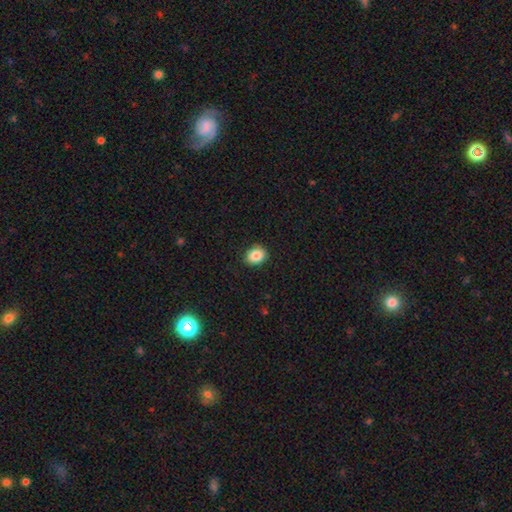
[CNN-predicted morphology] This is clearly a smooth galaxy (86%). How rounded: possibly round (56%). Merging: clearly none (88%).